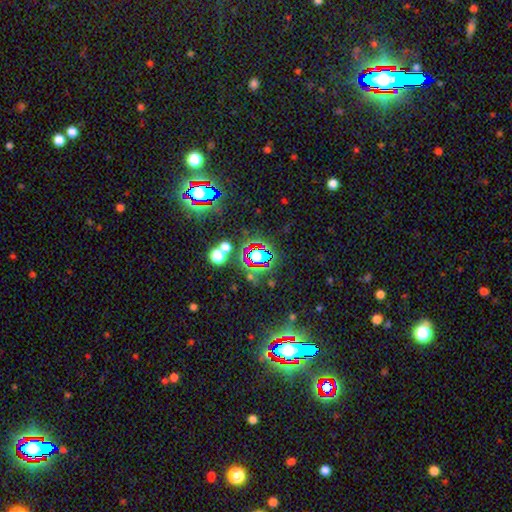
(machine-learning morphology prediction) Q: Smooth or featured?
A: star or artifact (66%); runner-up: smooth (22%)